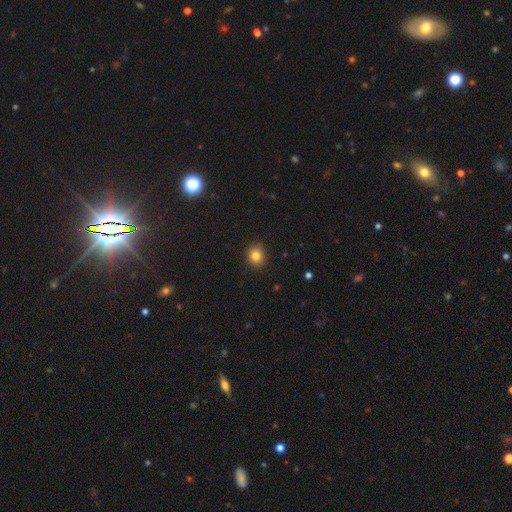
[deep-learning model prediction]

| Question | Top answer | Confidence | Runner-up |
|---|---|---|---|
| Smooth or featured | smooth | 83% | star or artifact (12%) |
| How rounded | round | 72% | in between (27%) |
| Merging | none | 86% | minor disturbance (11%) |